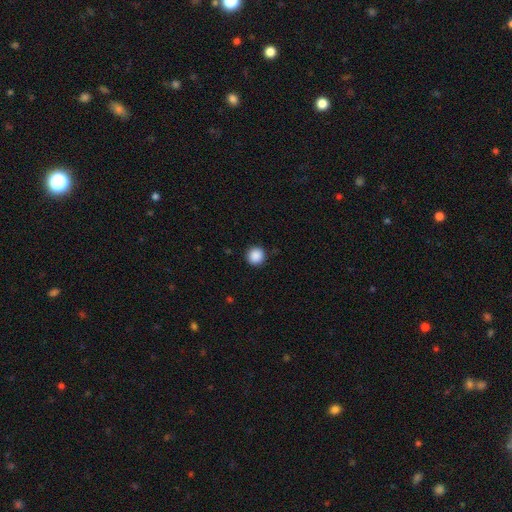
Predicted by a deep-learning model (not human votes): A smooth galaxy with no disk features (89%) that is round (95%). Merging: none (92%).